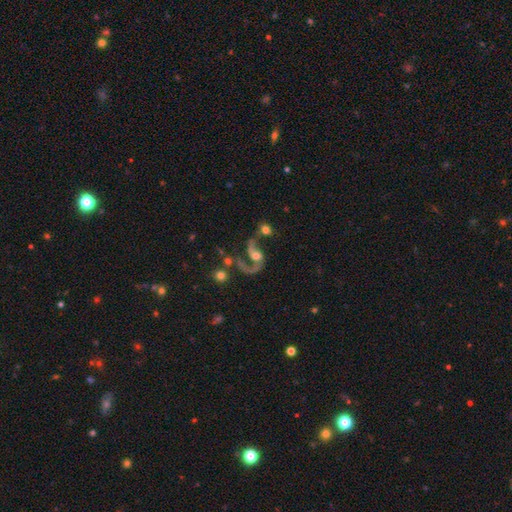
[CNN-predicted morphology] Overall: featured or disk (77%). Edge-on disk: no (97%). Bar: no (52%; weak 33%). Spiral arms: yes (88%). Spiral arm count: 2 (68%). Spiral winding: loose (71%). Bulge size: moderate (55%; small 24%). Merging: major disturbance (30%; none 29%).